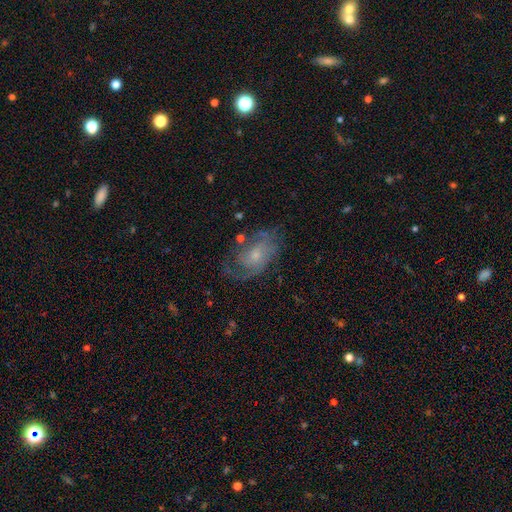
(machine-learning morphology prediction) A featured or disk galaxy (73%) with no bar (70%), 2 (36%) medium (41%) spiral arms (86%) and a small central bulge (60%).

Vote fractions:
- Smooth or featured? featured or disk: 73% / smooth: 19% / star or artifact: 8%
- Edge-on disk? no: 96% / yes: 4%
- Bar? no: 70% / weak: 26% / strong: 4%
- Spiral arms? yes: 86% / no: 14%
- Spiral winding? medium: 41% / tight: 36% / loose: 23%
- Spiral arm count? 2: 36% / can't tell: 30% / 1: 18% / 3: 9% / 4: 3% / more than 4: 3%
- Bulge size? small: 60% / moderate: 32% / none: 5% / large: 2% / dominant: 1%
- Merging? none: 56% / minor disturbance: 21% / major disturbance: 20% / merger: 3%